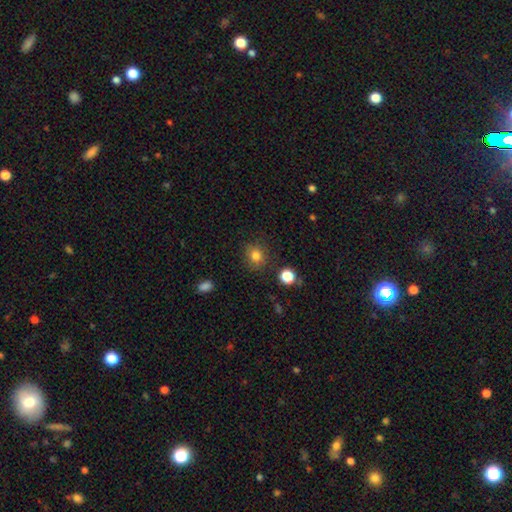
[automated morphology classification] Smooth or featured? Predicted: smooth (p=0.80). How rounded? Predicted: round (p=0.80). Merging? Predicted: none (p=0.85).